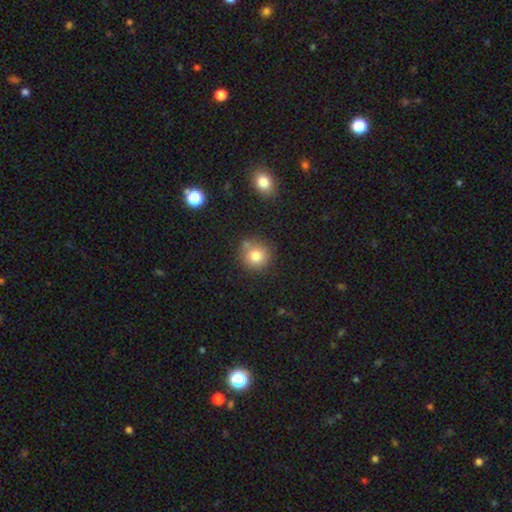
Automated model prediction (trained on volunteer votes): Smooth or featured?
  - smooth: 79% *
  - star or artifact: 11%
  - featured or disk: 10%
How rounded?
  - round: 90% *
  - in between: 9%
  - cigar-shaped: 1%
Merging?
  - none: 72% *
  - minor disturbance: 14%
  - merger: 11%
  - major disturbance: 4%